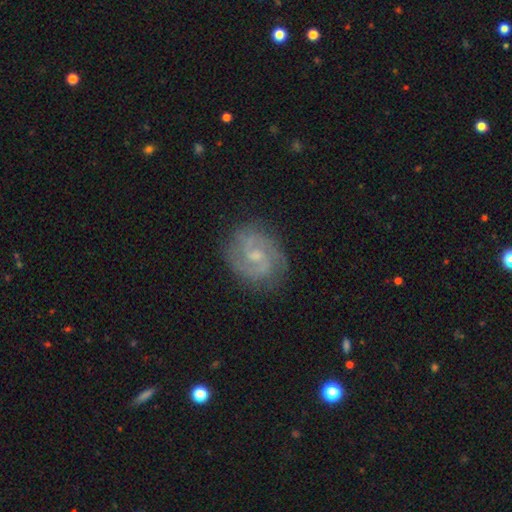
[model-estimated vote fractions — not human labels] Overall: featured or disk (84%). Edge-on disk: no (98%). Bar: weak (54%; no 37%). Spiral arms: yes (97%). Spiral arm count: 2 (81%). Spiral winding: medium (49%; tight 40%). Bulge size: small (54%; moderate 36%). Merging: none (81%).